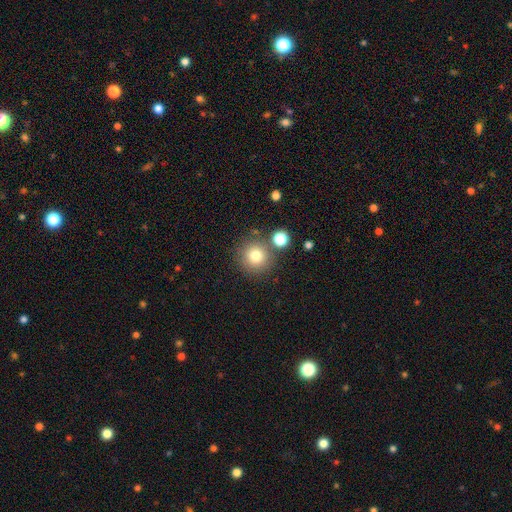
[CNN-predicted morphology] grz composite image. It shows a smooth galaxy with no disk features (78%) that is round (94%). Merging: none (79%).